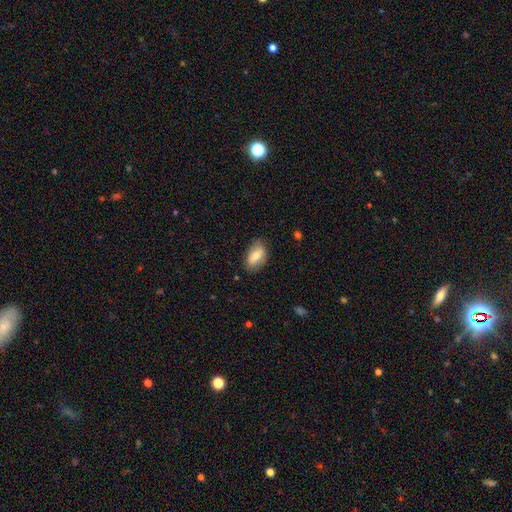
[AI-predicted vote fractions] Smooth or featured? Predicted: smooth (p=0.72). How rounded? Predicted: in between (p=0.91). Merging? Predicted: none (p=0.78).